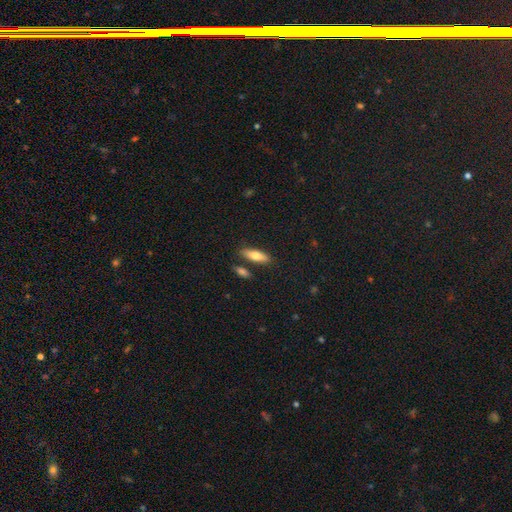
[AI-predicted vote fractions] Overall: smooth (72%). How rounded: in between (53%; cigar-shaped 45%). Merging: none (80%).